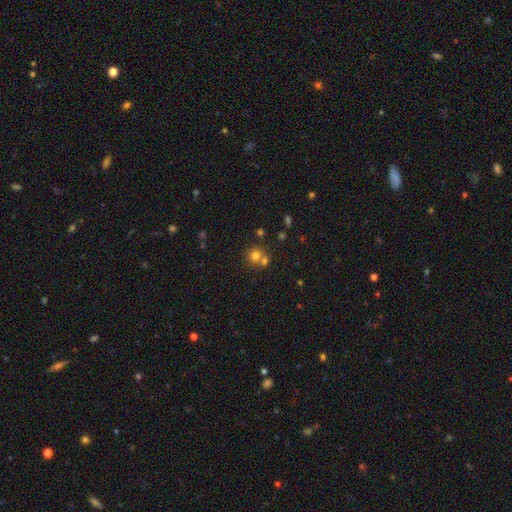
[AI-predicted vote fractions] This is likely a smooth galaxy (72%). How rounded: clearly round (88%). Merging: possibly none (54%).